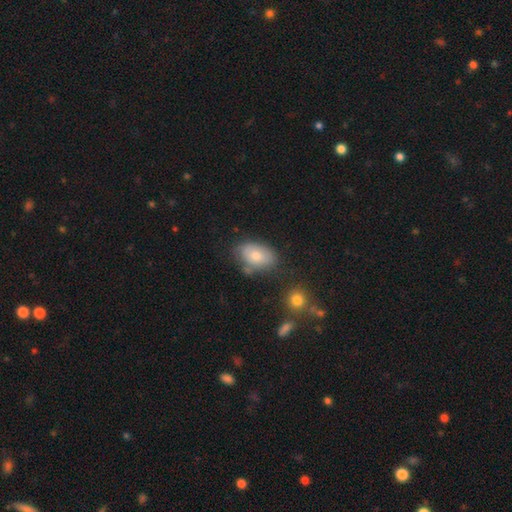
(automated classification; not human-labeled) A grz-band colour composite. It shows a smooth galaxy with no disk features (72%) that is in between round and cigar-shaped (87%). Merging: none (61%).